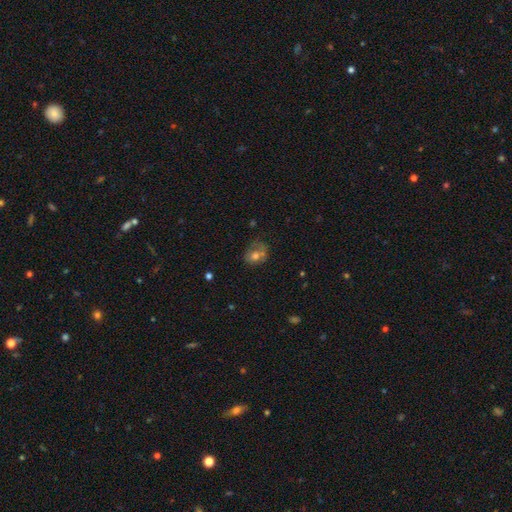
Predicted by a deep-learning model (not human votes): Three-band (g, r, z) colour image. It shows a smooth galaxy with no disk features (50%) that is round (54%). Merging: none (42%).